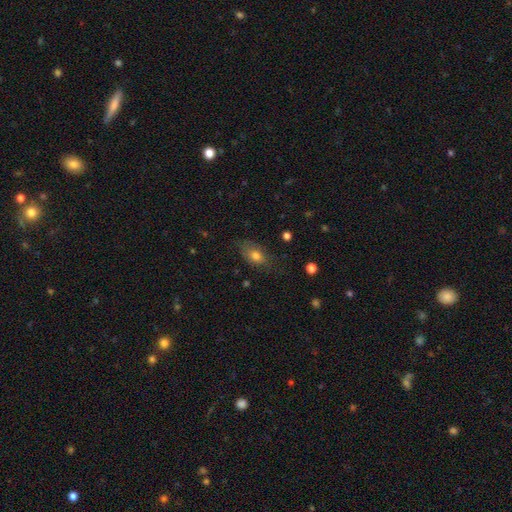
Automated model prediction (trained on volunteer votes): Smooth or featured? smooth (76%)
How rounded? in between (81%)
Merging? none (66%)